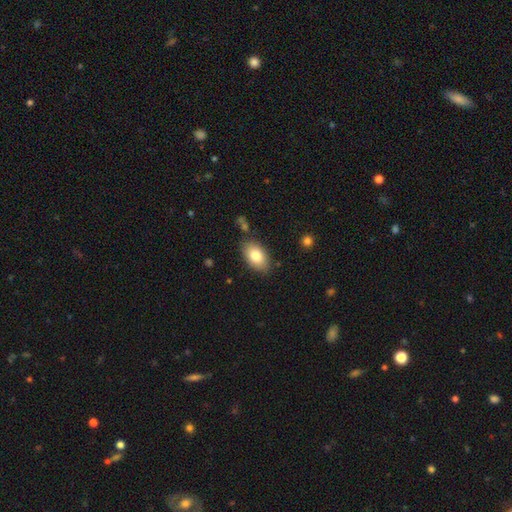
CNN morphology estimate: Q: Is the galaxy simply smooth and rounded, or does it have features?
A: smooth — 82%.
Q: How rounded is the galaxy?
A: in between — 92%.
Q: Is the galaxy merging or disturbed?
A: none — 83%.